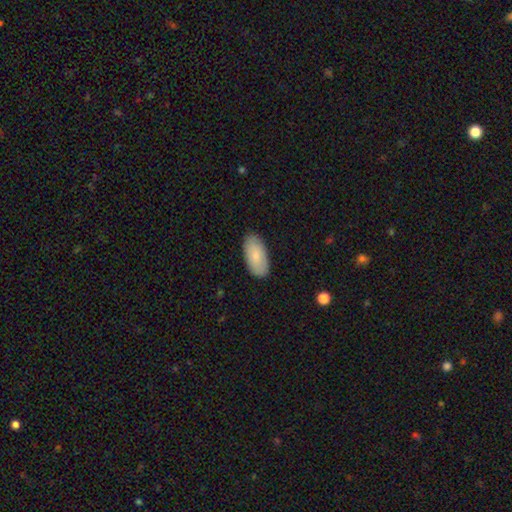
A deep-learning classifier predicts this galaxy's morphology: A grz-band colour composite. It shows a smooth galaxy with no disk features (81%) that is in between round and cigar-shaped (95%). Merging: none (87%).